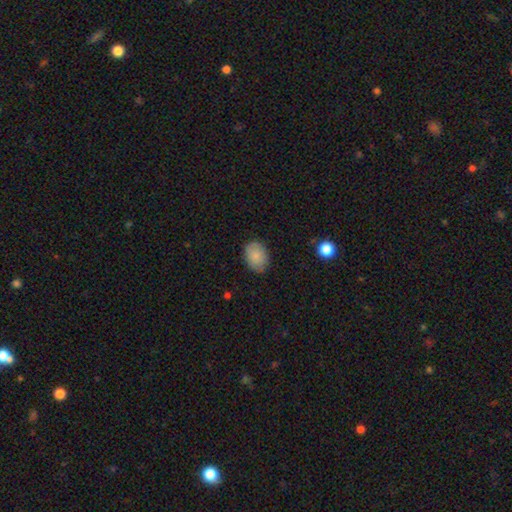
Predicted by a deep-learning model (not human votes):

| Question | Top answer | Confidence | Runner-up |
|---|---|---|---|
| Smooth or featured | smooth | 85% | featured or disk (8%) |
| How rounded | in between | 76% | round (23%) |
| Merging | none | 84% | minor disturbance (12%) |